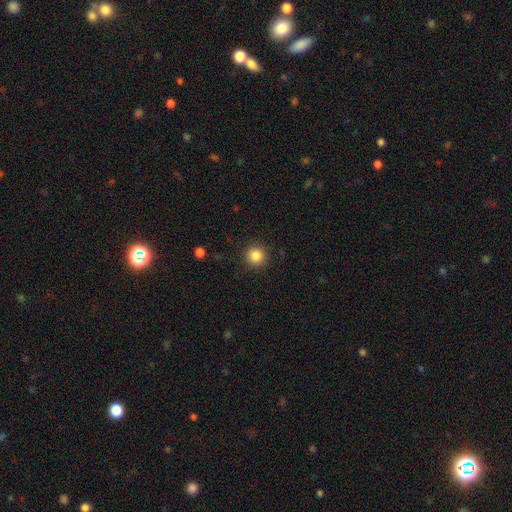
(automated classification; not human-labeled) smooth 85%, star or artifact 11%, featured or disk 4%. Down the decision tree: how rounded — round (94%); merging — none (91%).